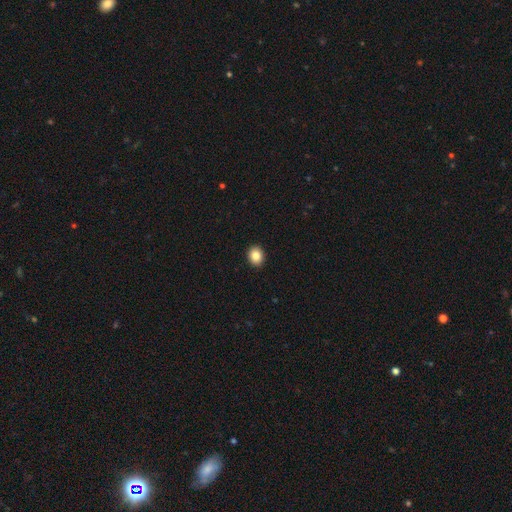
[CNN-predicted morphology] A smooth galaxy with no disk features (86%) that is in between round and cigar-shaped (50%). Merging: none (92%).